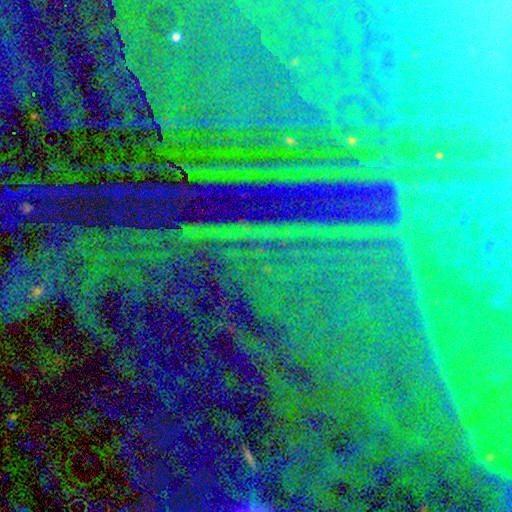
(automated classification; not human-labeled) Smooth or featured: star or artifact — 88% (featured or disk — 7%)